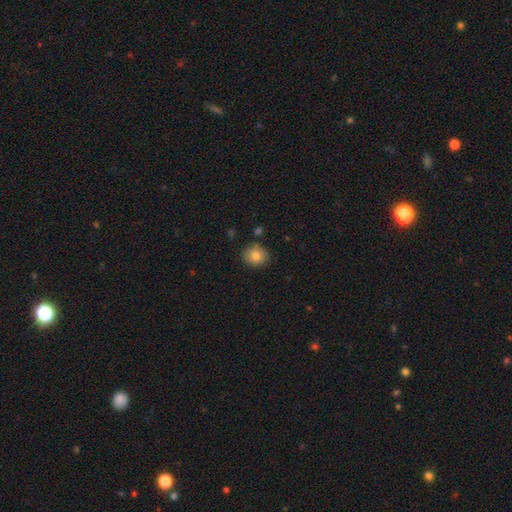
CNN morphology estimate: Overall: smooth (82%). How rounded: round (65%; in between 34%). Merging: none (82%).